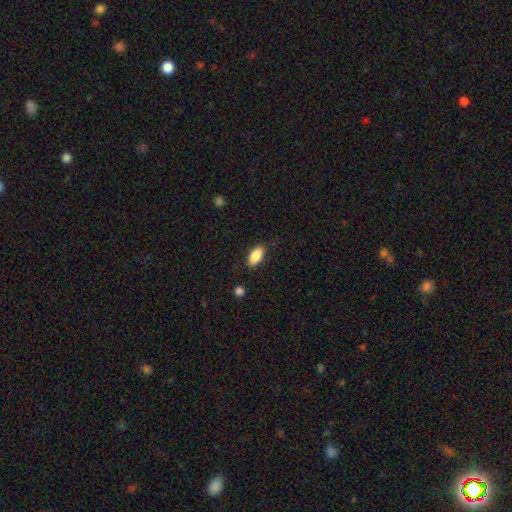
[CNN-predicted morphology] This is clearly a smooth galaxy (85%). How rounded: clearly in between (90%). Merging: clearly none (83%).